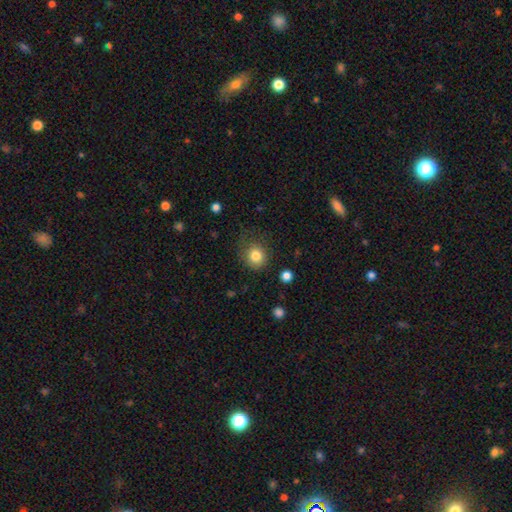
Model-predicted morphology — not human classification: A smooth galaxy with no disk features (82%) that is round (81%). Merging: none (71%).